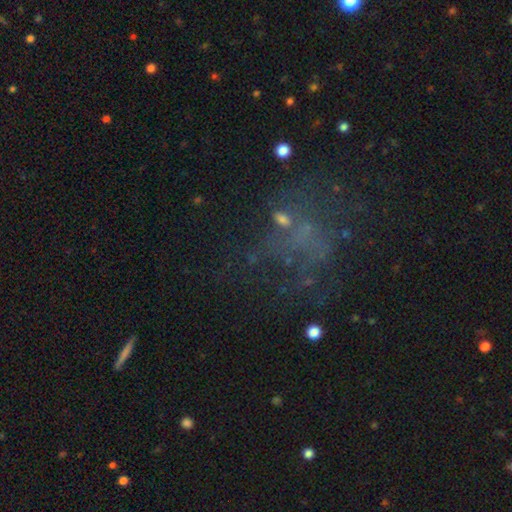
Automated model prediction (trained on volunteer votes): Morphology: type=featured or disk (39%); merging=none (48%).